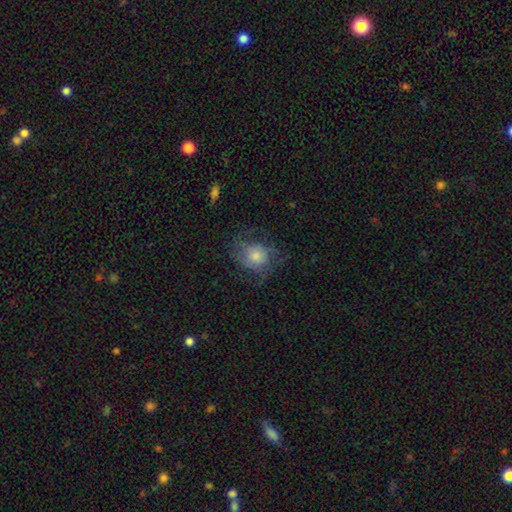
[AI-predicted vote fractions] The model was most divided on "smooth or featured": smooth: 48%, featured or disk: 41%, star or artifact: 11%. More confident: merging — none (57%).